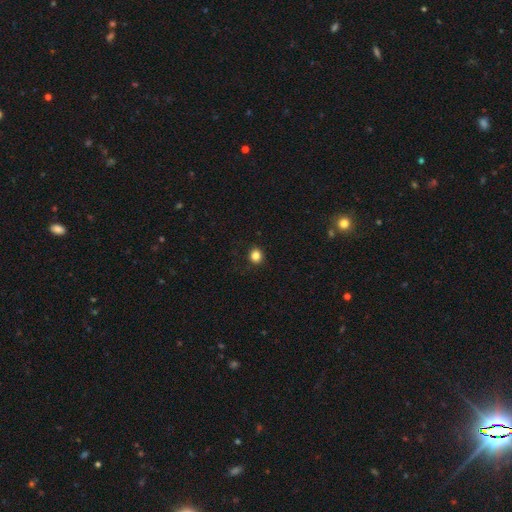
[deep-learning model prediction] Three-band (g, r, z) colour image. It shows a smooth galaxy with no disk features (84%) that is round (85%). Merging: none (91%).